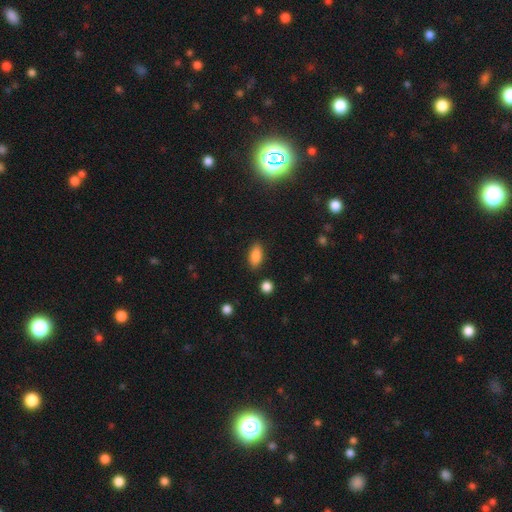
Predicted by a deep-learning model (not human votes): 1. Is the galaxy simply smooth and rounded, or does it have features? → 86% smooth, 8% star or artifact, 6% featured or disk.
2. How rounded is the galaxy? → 87% in between, 9% cigar-shaped, 4% round.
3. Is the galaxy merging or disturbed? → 86% none, 9% minor disturbance, 3% major disturbance, 2% merger.